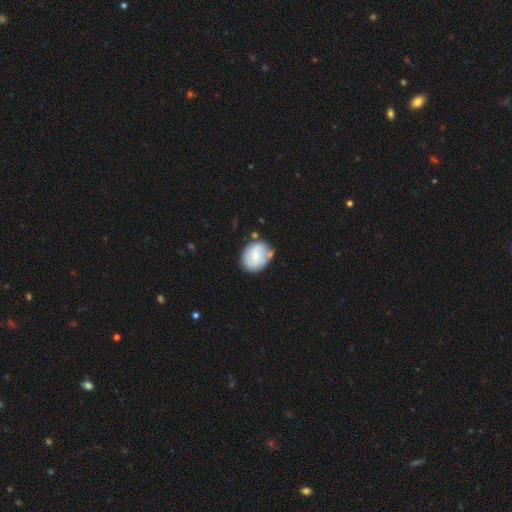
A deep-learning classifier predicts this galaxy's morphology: This appears to be a smooth galaxy with no disk features (61%) that is round (56%). Merging: none (64%).